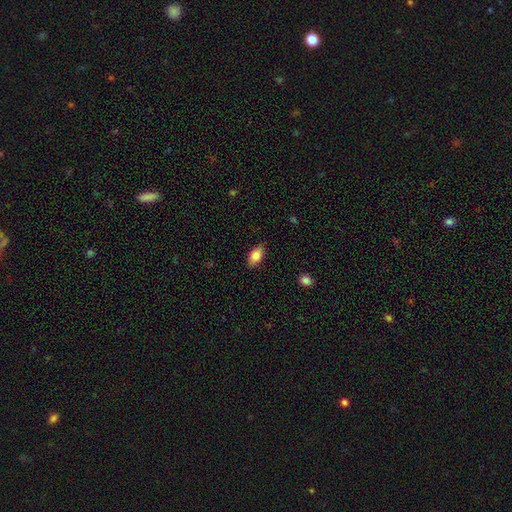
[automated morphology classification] smooth-or-featured: smooth: 81% | featured or disk: 12% | star or artifact: 7%
  how-rounded: in between: 89% | cigar-shaped: 7% | round: 4%
  merging: none: 86% | minor disturbance: 11% | major disturbance: 2% | merger: 1%